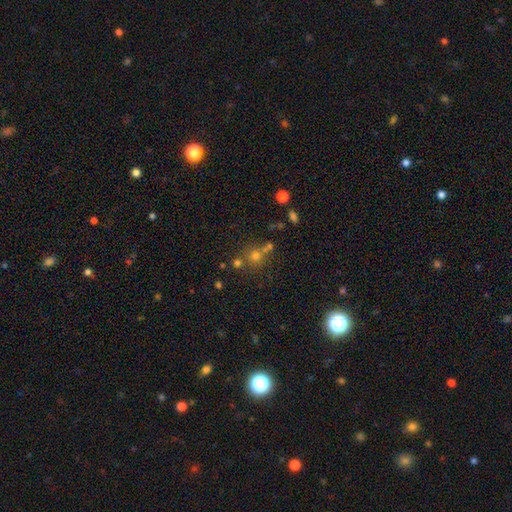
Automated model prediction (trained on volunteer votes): A smooth galaxy with no disk features (53%) that is round (89%). Merging: none (62%).